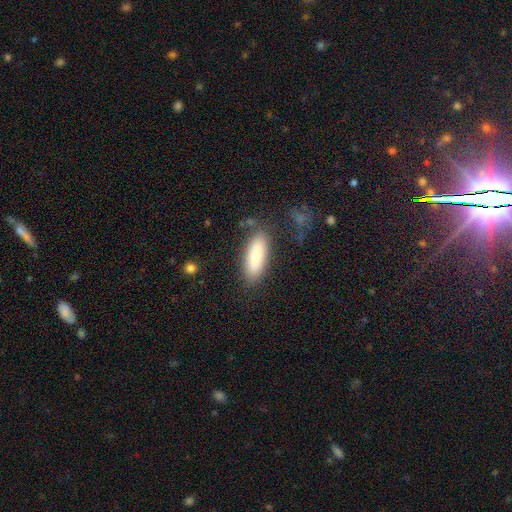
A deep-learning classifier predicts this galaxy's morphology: Q: Smooth or featured?
A: smooth (84%); runner-up: featured or disk (10%)
Q: How rounded?
A: in between (59%); runner-up: cigar-shaped (39%)
Q: Merging?
A: none (81%); runner-up: minor disturbance (12%)